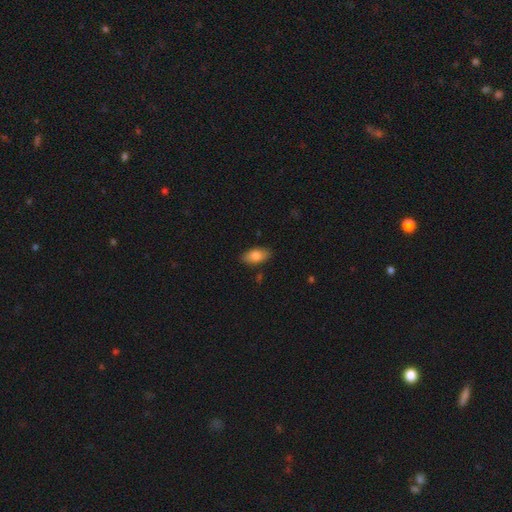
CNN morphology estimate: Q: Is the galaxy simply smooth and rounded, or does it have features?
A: smooth — 81%.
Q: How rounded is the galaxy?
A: in between — 92%.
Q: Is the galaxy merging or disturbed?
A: none — 86%.